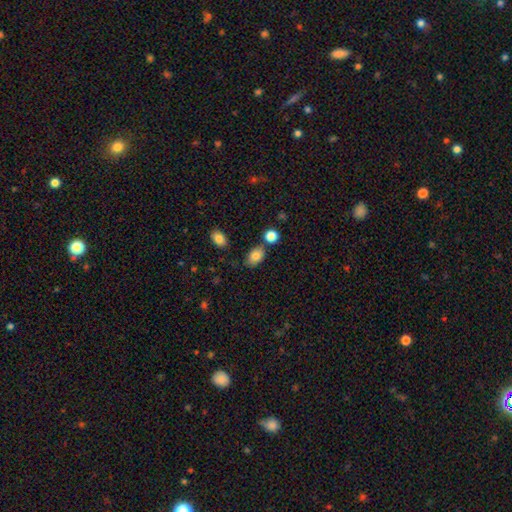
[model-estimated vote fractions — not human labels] This appears to be a smooth galaxy with no disk features (83%) that is in between round and cigar-shaped (86%). Merging: none (73%).